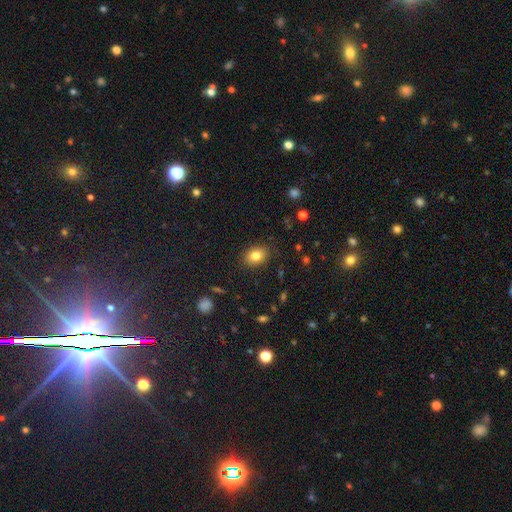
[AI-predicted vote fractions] Overall: smooth (81%). How rounded: in between (69%; round 30%). Merging: none (86%).